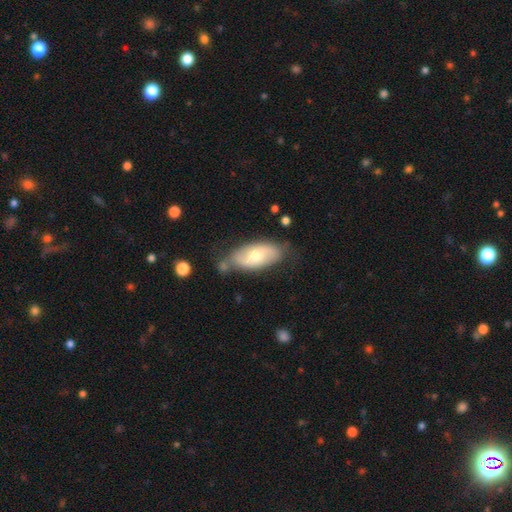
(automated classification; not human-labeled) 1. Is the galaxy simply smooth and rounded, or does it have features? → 49% smooth, 44% featured or disk, 6% star or artifact.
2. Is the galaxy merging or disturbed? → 62% none, 23% minor disturbance, 9% merger, 6% major disturbance.